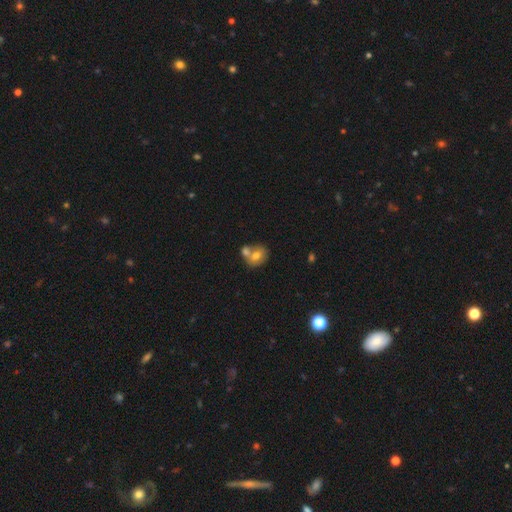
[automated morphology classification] smooth_or_featured: smooth (p=0.69) [alt: featured or disk p=0.22]
how_rounded: round (p=0.49) [tied with: in between p=0.49]
merging: merger (p=0.53) [alt: none p=0.34]